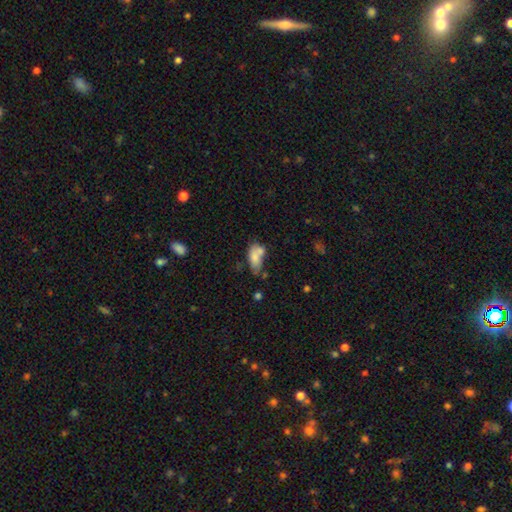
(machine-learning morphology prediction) Smooth or featured? Predicted: smooth (p=0.73). How rounded? Predicted: in between (p=0.85). Merging? Predicted: merger (p=0.42).